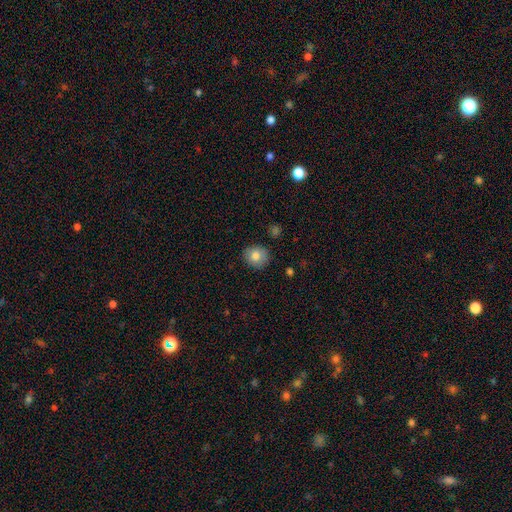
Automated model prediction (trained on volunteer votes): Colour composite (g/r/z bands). It shows a smooth galaxy with no disk features (81%) that is round (81%). Merging: none (85%).